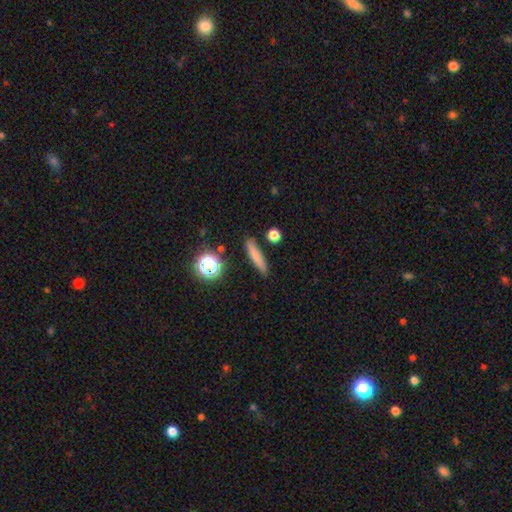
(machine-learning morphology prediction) type=smooth (73%); roundness=cigar-shaped (85%); merging=none (87%).